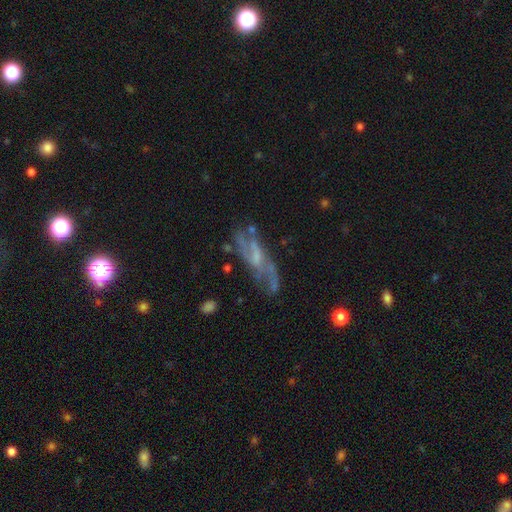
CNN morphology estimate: Smooth or featured? featured or disk (74%)
Edge-on disk? no (82%)
Bar? weak (43%, tied with no)
Spiral arms? yes (75%)
Bulge size? small (42%)
Merging? none (55%)